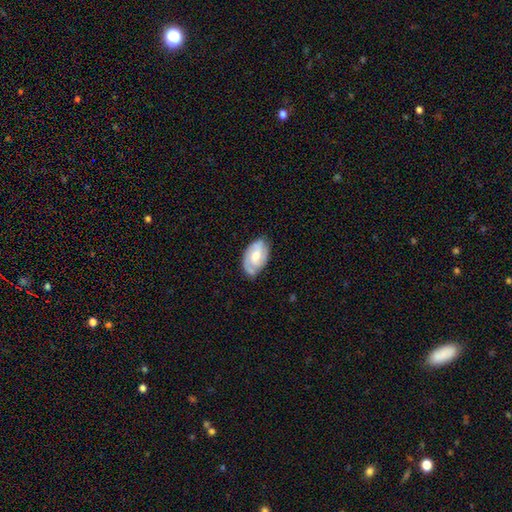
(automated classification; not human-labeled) Smooth or featured?
  - featured or disk: 66% *
  - smooth: 29%
  - star or artifact: 6%
Edge-on disk?
  - no: 95% *
  - yes: 5%
Bar?
  - no: 47% *
  - weak: 44%
  - strong: 10%
Spiral arms?
  - yes: 89% *
  - no: 11%
Spiral winding?
  - tight: 46% *
  - medium: 41%
  - loose: 13%
Spiral arm count?
  - 2: 64% *
  - can't tell: 17%
  - 3: 8%
  - 1: 7%
  - 4: 2%
  - more than 4: 1%
Bulge size?
  - moderate: 55% *
  - small: 26%
  - large: 12%
  - none: 6%
  - dominant: 1%
Merging?
  - none: 71% *
  - minor disturbance: 22%
  - major disturbance: 5%
  - merger: 1%